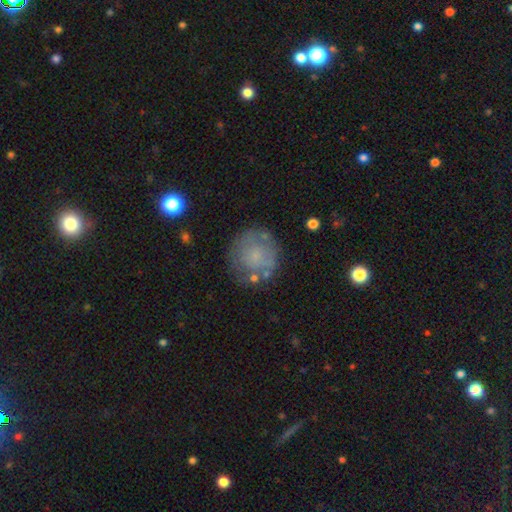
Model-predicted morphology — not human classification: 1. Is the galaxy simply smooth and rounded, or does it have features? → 61% smooth, 30% featured or disk, 10% star or artifact.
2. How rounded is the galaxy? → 89% round, 10% in between, 1% cigar-shaped.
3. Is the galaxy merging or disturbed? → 66% none, 19% minor disturbance, 10% major disturbance, 5% merger.